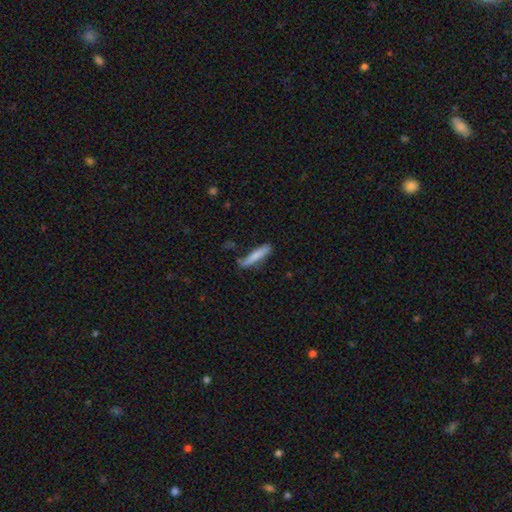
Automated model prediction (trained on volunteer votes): Smooth or featured? Predicted: smooth (p=0.78). How rounded? Predicted: cigar-shaped (p=0.89). Merging? Predicted: none (p=0.75).